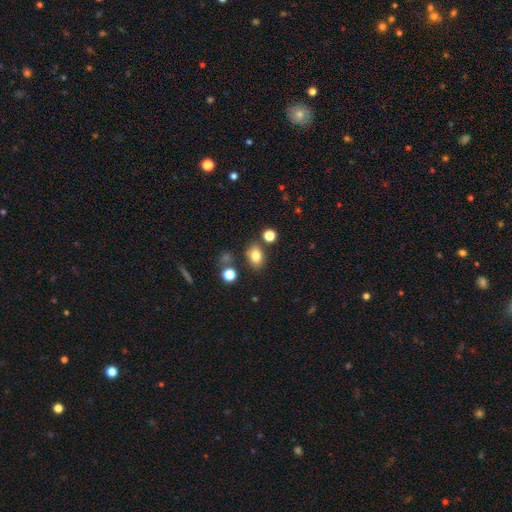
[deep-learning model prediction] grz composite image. It shows a smooth galaxy with no disk features (79%) that is in between round and cigar-shaped (73%). Merging: none (76%).